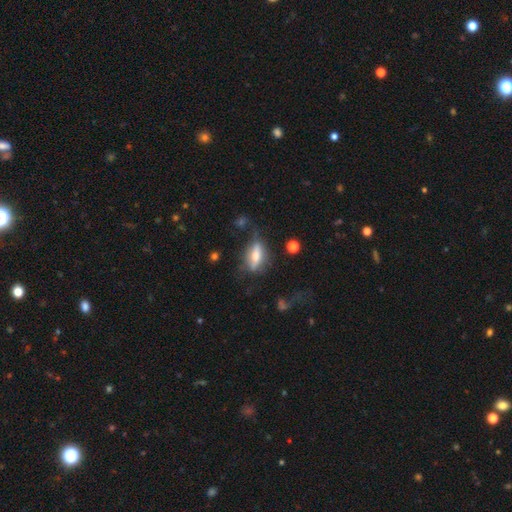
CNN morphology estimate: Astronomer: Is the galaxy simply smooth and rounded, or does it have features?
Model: featured or disk — 48% (runner-up: smooth, 44%).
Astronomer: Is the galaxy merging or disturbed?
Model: none — 52%.